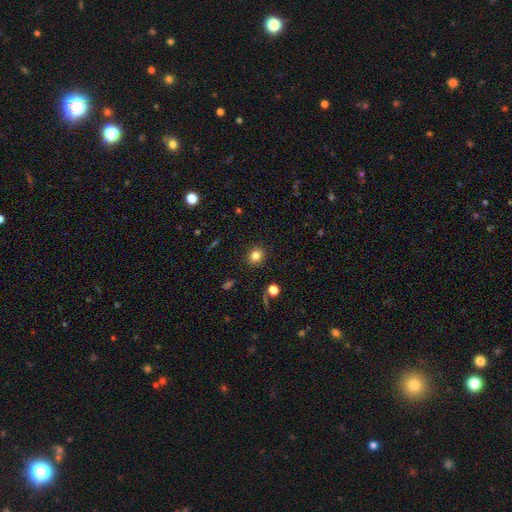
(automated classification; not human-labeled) This appears to be a smooth galaxy with no disk features (82%) that is round (77%). Merging: none (90%).